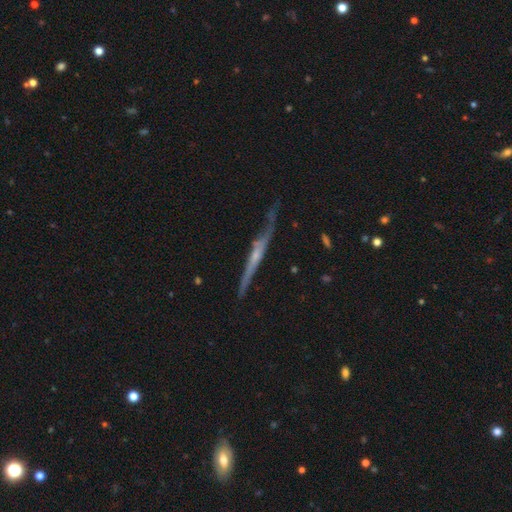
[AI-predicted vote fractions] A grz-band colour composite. It shows a featured or disk galaxy (71%) viewed edge-on (88%) with no central bulge (52%). Merging: none (57%).